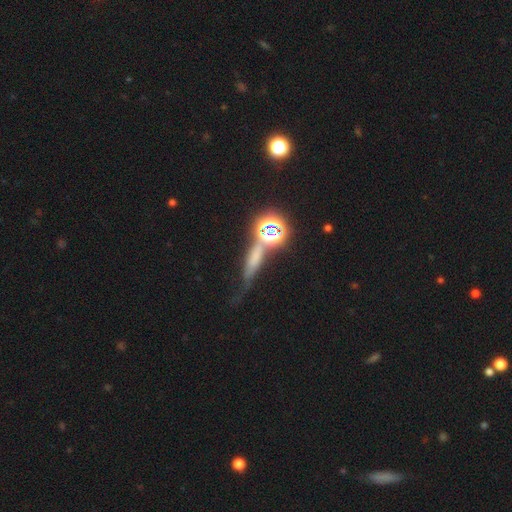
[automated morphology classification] Overall: smooth (42%; star or artifact 37%). Merging: none (52%; minor disturbance 19%).